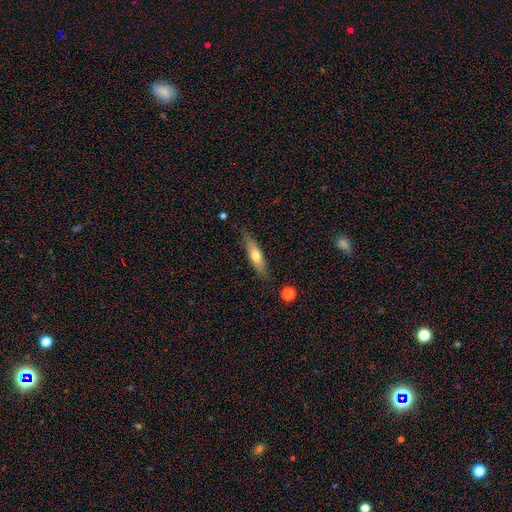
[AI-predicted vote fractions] Smooth or featured?
  - smooth: 60% *
  - featured or disk: 34%
  - star or artifact: 6%
How rounded?
  - cigar-shaped: 66% *
  - in between: 32%
  - round: 2%
Merging?
  - none: 81% *
  - minor disturbance: 14%
  - major disturbance: 3%
  - merger: 2%